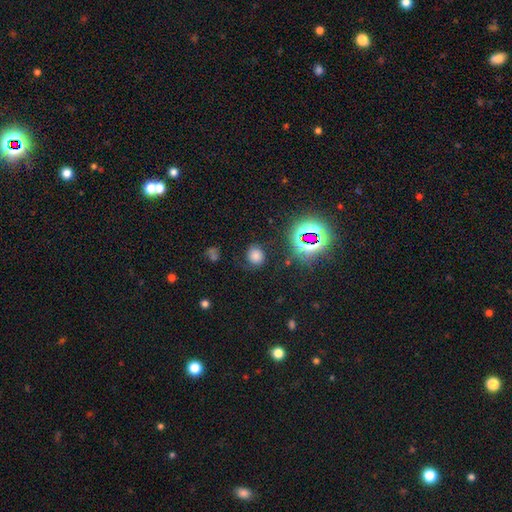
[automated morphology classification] Overall: smooth (67%). How rounded: round (72%). Merging: none (73%).